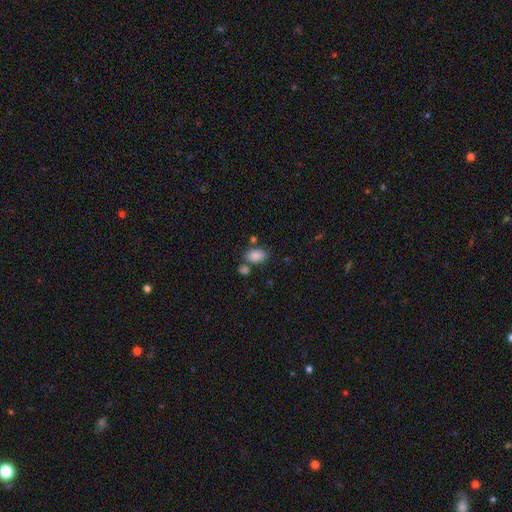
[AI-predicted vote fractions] The model was most divided on "merging": none: 63%, merger: 18%, minor disturbance: 14%, major disturbance: 5%. More confident: how rounded — in between (88%); smooth or featured — smooth (87%).